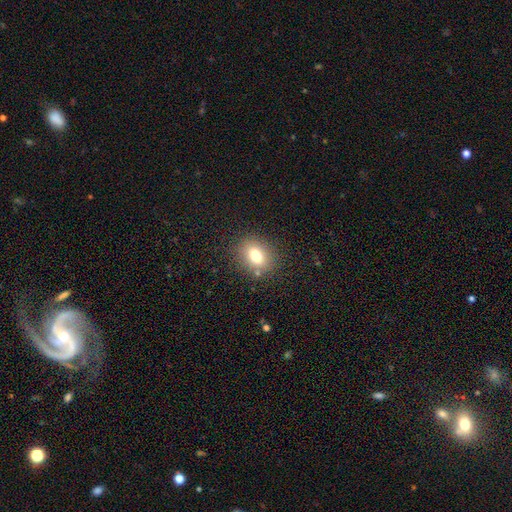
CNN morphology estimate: Q: Smooth or featured?
A: smooth (75%); runner-up: featured or disk (13%)
Q: How rounded?
A: in between (58%); runner-up: round (40%)
Q: Merging?
A: none (83%); runner-up: minor disturbance (10%)